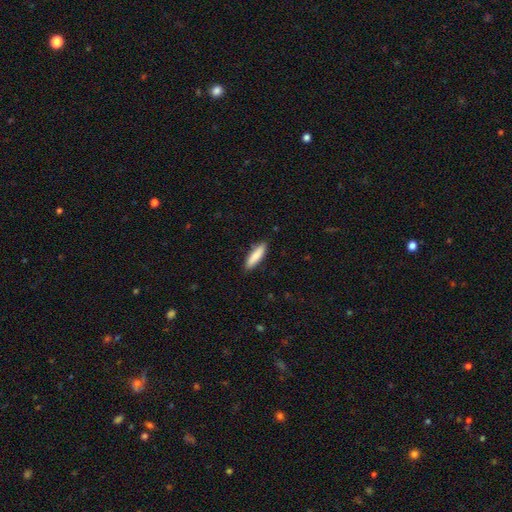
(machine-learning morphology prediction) type=smooth (85%); roundness=cigar-shaped (70%); merging=none (87%).